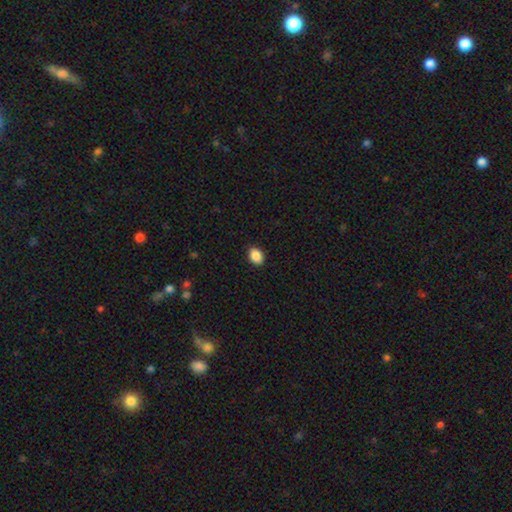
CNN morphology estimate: Overall: smooth (89%). How rounded: in between (78%). Merging: none (90%).